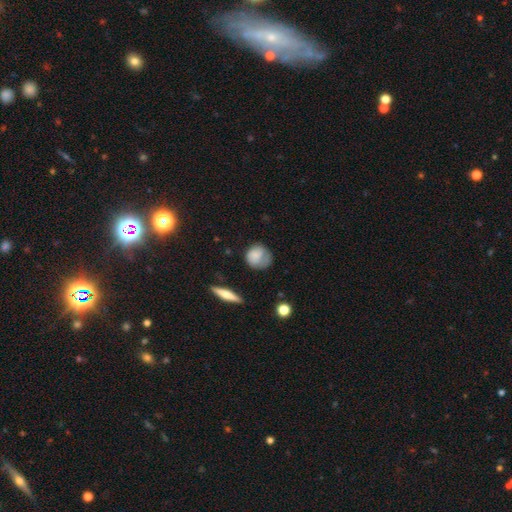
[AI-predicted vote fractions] Morphology: type=smooth (74%); roundness=round (76%); merging=none (49%).